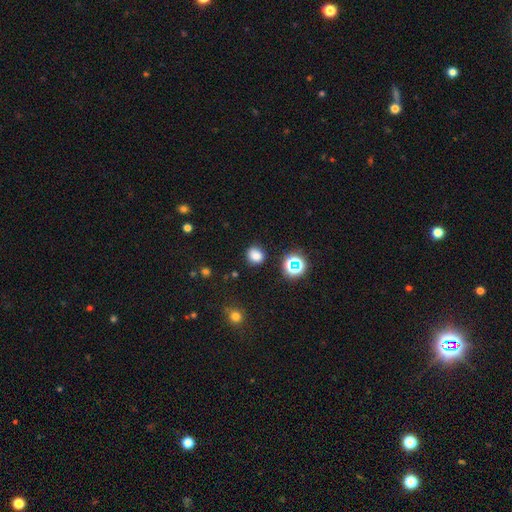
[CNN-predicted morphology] A smooth galaxy with no disk features (77%) that is round (75%). Merging: none (86%).